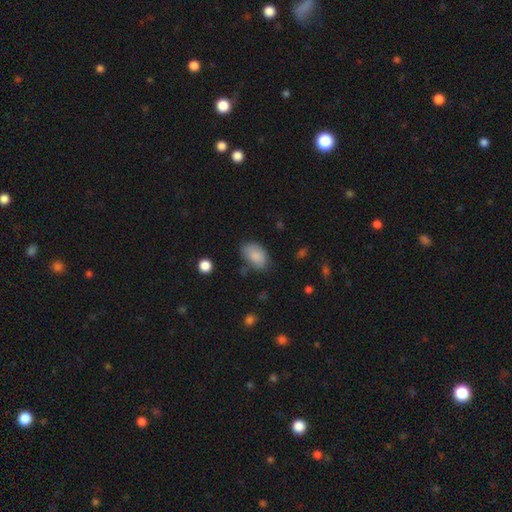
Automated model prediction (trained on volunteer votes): A smooth galaxy with no disk features (86%) that is in between round and cigar-shaped (92%). Merging: none (65%).